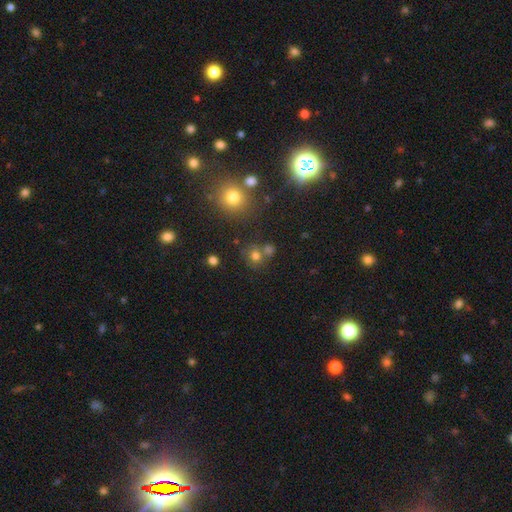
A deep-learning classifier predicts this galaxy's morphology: This appears to be a smooth galaxy with no disk features (70%) that is round (82%). Merging: none (61%).